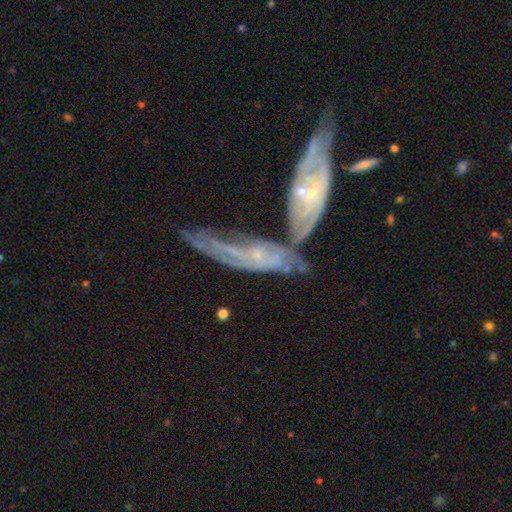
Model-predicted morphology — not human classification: Q: Smooth or featured?
A: featured or disk (76%); runner-up: smooth (16%)
Q: Edge-on disk?
A: no (70%); runner-up: yes (30%)
Q: Bar?
A: no (63%); runner-up: weak (27%)
Q: Spiral arms?
A: yes (82%); runner-up: no (18%)
Q: Bulge size?
A: small (75%); runner-up: moderate (15%)
Q: Merging?
A: merger (52%); runner-up: none (27%)